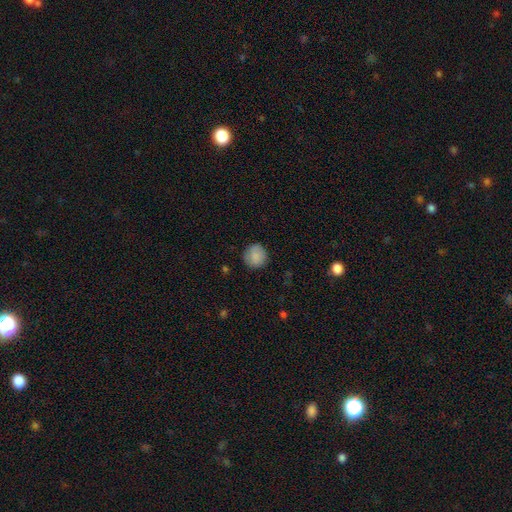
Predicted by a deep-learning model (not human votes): This is clearly a smooth galaxy (84%). How rounded: clearly round (91%). Merging: clearly none (84%).